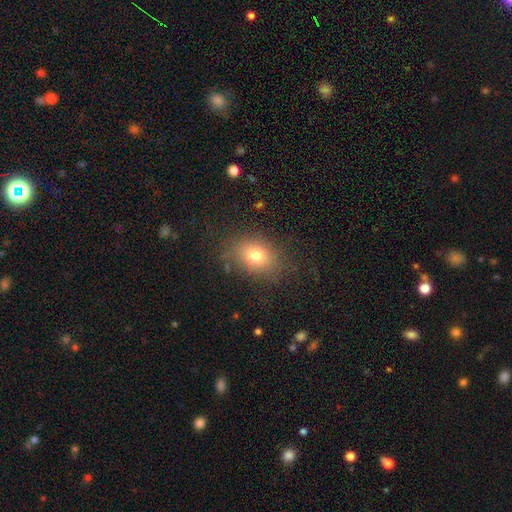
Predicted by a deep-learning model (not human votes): smooth 75%, star or artifact 13%, featured or disk 12%. Down the decision tree: how rounded — in between (62%); merging — none (79%).